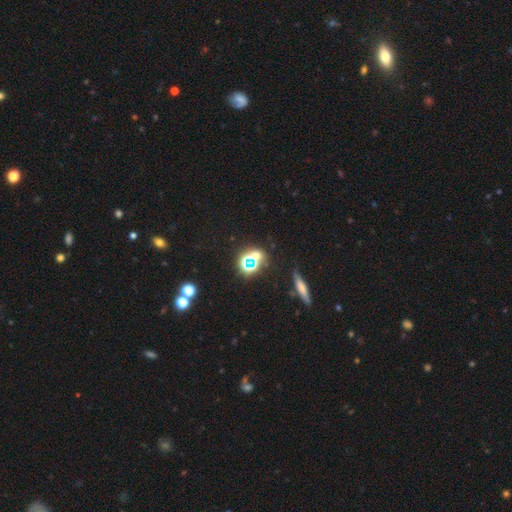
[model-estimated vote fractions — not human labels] Smooth or featured?
  - star or artifact: 55% *
  - smooth: 32%
  - featured or disk: 13%